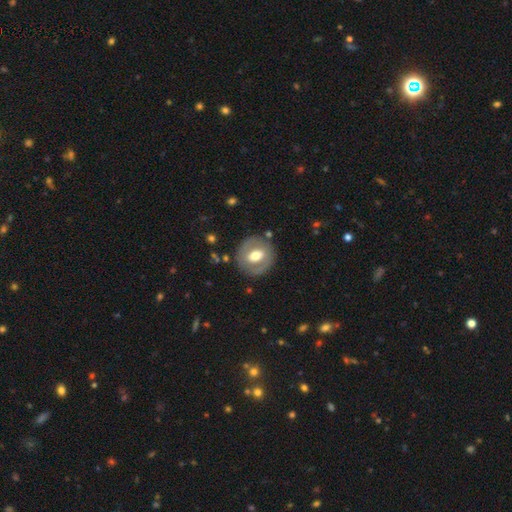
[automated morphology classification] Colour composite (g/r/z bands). It shows a featured or disk galaxy (49%). Merging: none (81%).